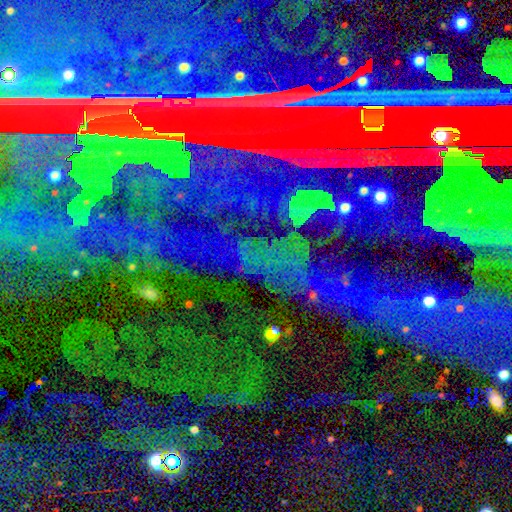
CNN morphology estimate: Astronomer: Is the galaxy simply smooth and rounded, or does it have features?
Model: star or artifact — 79%.